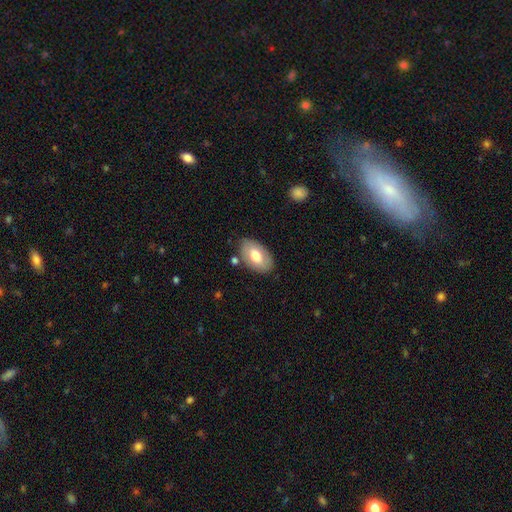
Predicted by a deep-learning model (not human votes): This is likely a smooth galaxy (67%). How rounded: clearly in between (93%). Merging: likely none (78%).